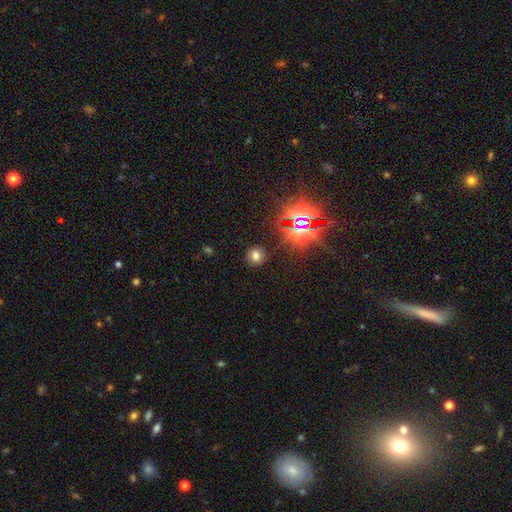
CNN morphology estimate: smooth-or-featured: smooth: 67% | star or artifact: 25% | featured or disk: 8%
  how-rounded: round: 89% | in between: 10% | cigar-shaped: 1%
  merging: none: 89% | minor disturbance: 6% | major disturbance: 2% | merger: 2%